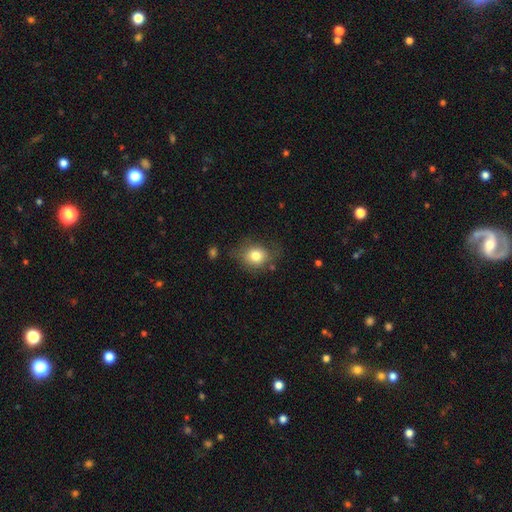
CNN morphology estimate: A smooth galaxy with no disk features (78%) that is round (59%). Merging: none (60%).